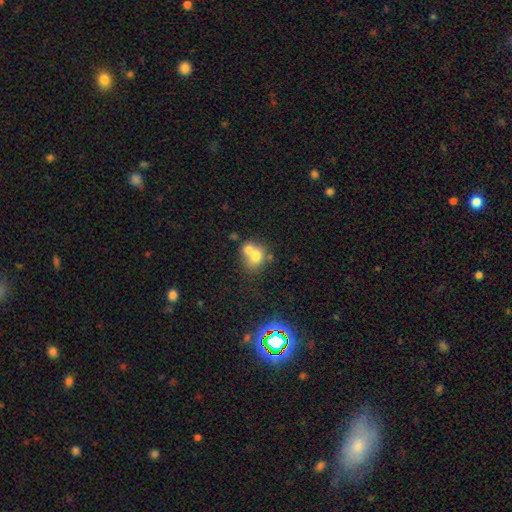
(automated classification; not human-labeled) A smooth galaxy with no disk features (68%) that is round (63%). Merging: merger (60%).